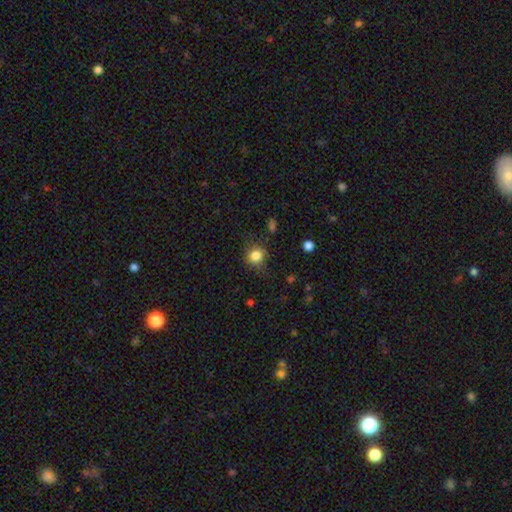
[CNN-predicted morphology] smooth-or-featured: smooth: 83% | star or artifact: 11% | featured or disk: 6%
  how-rounded: round: 80% | in between: 19% | cigar-shaped: 1%
  merging: none: 74% | minor disturbance: 18% | major disturbance: 6% | merger: 2%